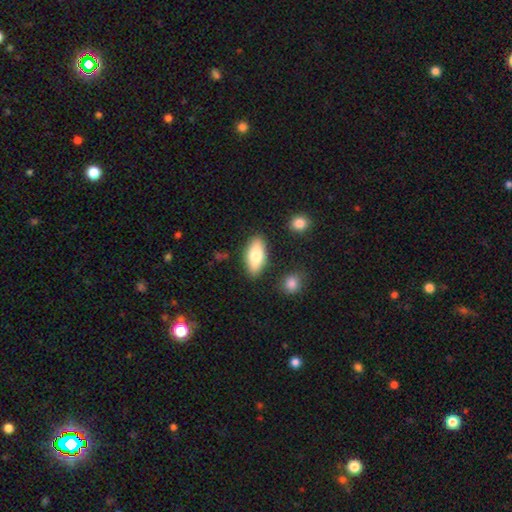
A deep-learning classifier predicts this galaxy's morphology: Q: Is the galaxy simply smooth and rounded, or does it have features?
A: smooth — 75%.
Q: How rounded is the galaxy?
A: in between — 85%.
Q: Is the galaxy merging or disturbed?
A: none — 84%.